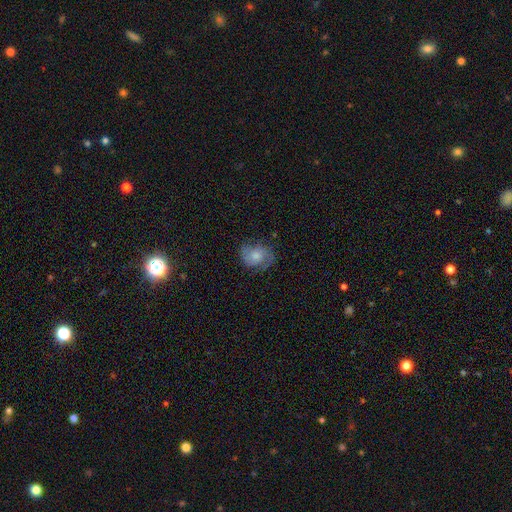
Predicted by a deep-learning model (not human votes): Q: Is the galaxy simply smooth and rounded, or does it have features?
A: featured or disk — 48%.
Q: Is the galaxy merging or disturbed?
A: none — 64%.